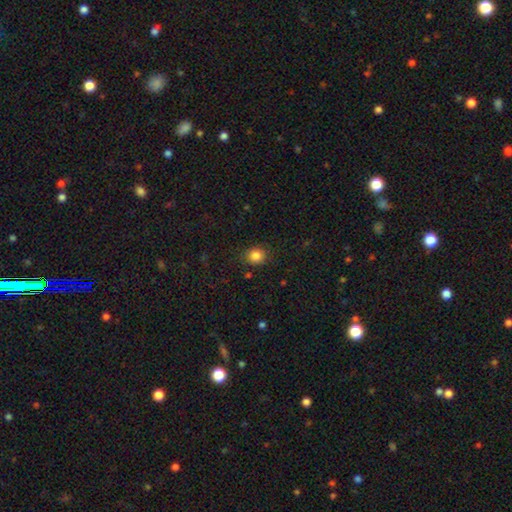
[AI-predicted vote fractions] This appears to be a smooth galaxy with no disk features (84%) that is round (78%). Merging: none (85%).